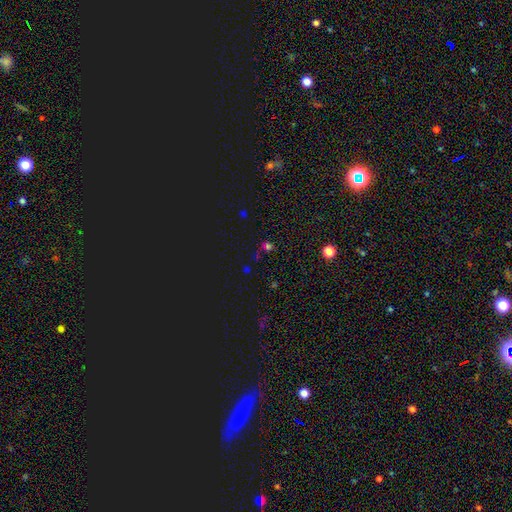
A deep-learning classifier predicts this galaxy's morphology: This appears to be a star or artifact, not a galaxy (53%).